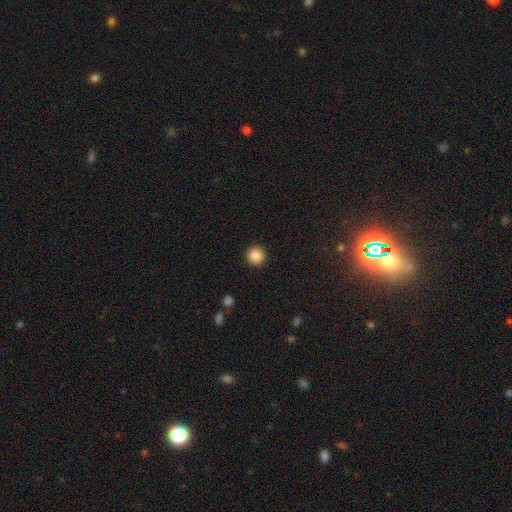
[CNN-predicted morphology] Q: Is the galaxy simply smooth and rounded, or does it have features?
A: smooth — 87%.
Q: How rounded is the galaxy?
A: round — 95%.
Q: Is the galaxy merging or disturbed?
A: none — 93%.